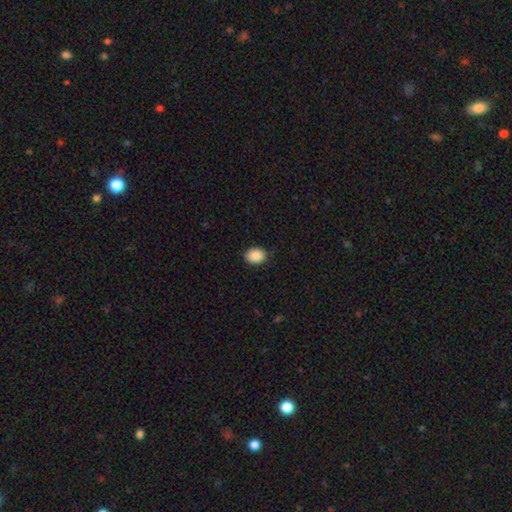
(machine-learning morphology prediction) This appears to be a smooth galaxy with no disk features (88%) that is in between round and cigar-shaped (54%). Merging: none (88%).